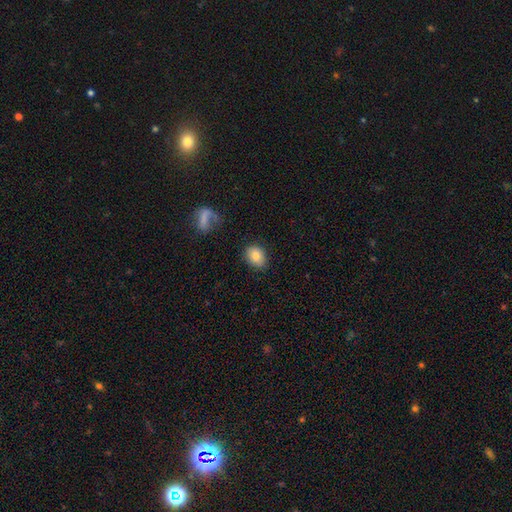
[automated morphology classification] Smooth or featured: smooth — 80% (featured or disk — 11%)
How rounded: in between — 63% (round — 36%)
Merging: none — 83% (minor disturbance — 11%)